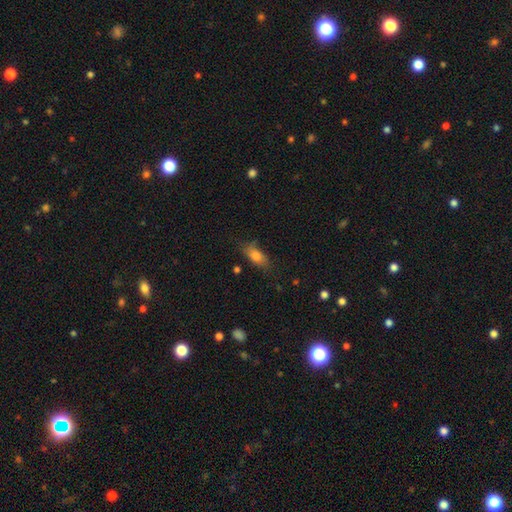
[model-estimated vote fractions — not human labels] This is likely a smooth galaxy (76%). How rounded: likely in between (79%). Merging: likely none (73%).